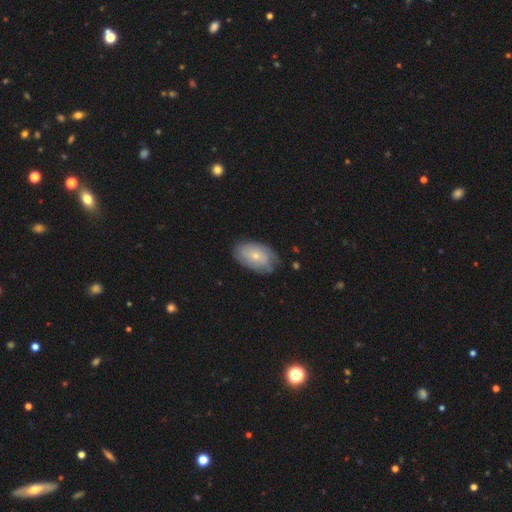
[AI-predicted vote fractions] A smooth galaxy with no disk features (54%) that is in between round and cigar-shaped (91%). Merging: none (71%).